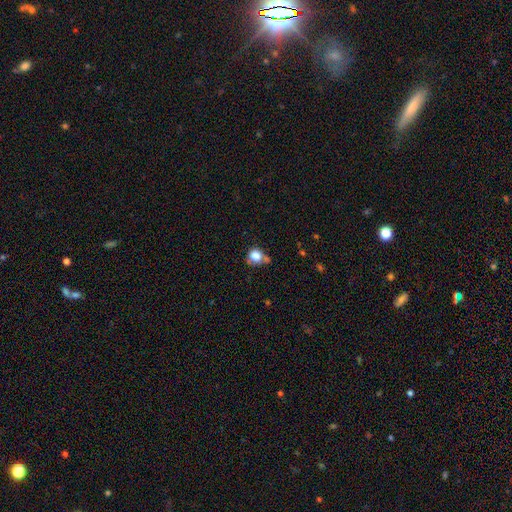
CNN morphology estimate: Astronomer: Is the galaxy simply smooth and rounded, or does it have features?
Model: smooth — 79%.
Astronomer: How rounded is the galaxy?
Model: round — 79%.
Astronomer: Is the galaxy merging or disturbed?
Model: none — 47% (runner-up: minor disturbance, 25%).